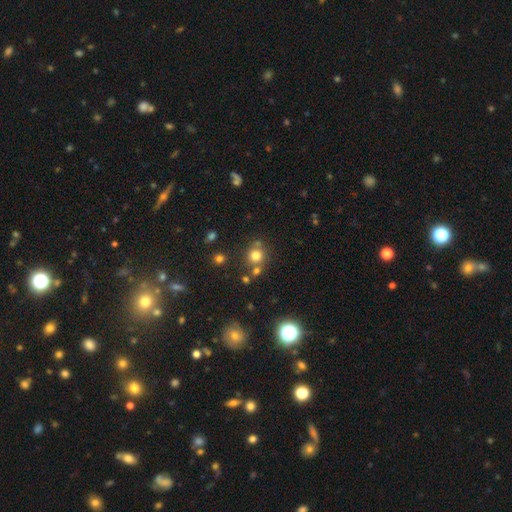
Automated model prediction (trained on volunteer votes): Overall: smooth (75%). How rounded: round (88%). Merging: none (70%).